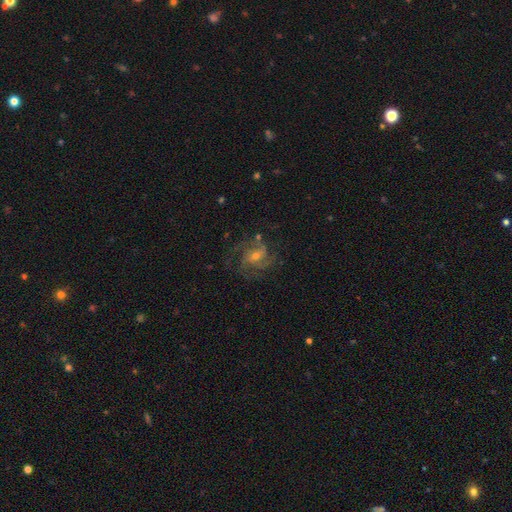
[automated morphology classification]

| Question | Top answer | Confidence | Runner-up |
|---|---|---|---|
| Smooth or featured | featured or disk | 82% | smooth (10%) |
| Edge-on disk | no | 98% | yes (2%) |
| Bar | no | 49% | weak (42%) |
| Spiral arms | yes | 94% | no (6%) |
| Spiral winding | medium | 50% | tight (31%) |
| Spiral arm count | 3 | 36% | can't tell (20%) |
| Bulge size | small | 54% | moderate (40%) |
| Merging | none | 66% | minor disturbance (17%) |